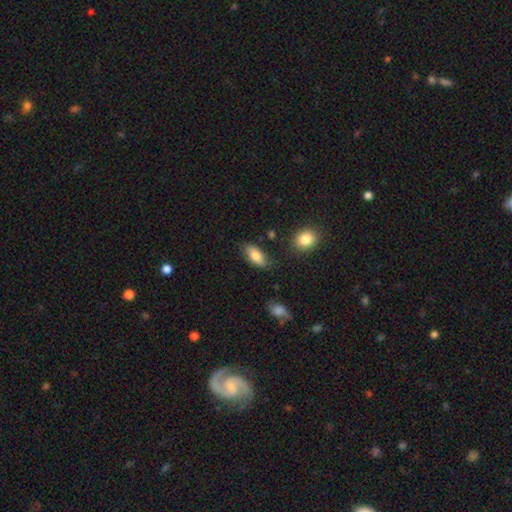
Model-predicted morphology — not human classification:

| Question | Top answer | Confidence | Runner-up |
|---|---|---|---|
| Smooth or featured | smooth | 80% | featured or disk (13%) |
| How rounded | in between | 87% | cigar-shaped (10%) |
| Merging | none | 79% | minor disturbance (15%) |